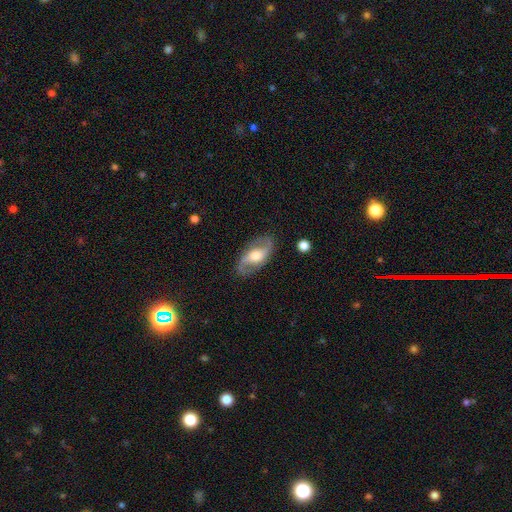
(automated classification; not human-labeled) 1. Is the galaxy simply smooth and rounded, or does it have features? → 77% featured or disk, 18% smooth, 5% star or artifact.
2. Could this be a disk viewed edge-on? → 93% no, 7% yes.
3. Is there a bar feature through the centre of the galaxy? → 41% no, 39% weak, 20% strong.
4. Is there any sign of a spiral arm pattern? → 89% yes, 11% no.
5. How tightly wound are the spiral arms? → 47% loose, 40% medium, 13% tight.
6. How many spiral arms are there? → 91% 2, 4% can't tell, 2% 1, 1% 3, 1% 4, 1% more than 4.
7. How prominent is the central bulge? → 63% moderate, 19% large, 15% small, 2% dominant, 2% none.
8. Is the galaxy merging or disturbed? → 83% none, 11% minor disturbance, 4% major disturbance, 1% merger.